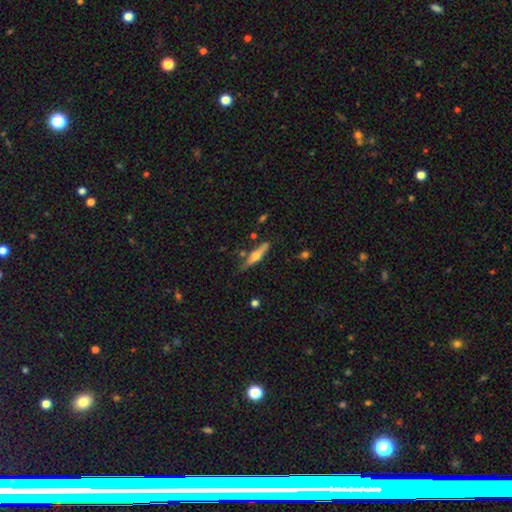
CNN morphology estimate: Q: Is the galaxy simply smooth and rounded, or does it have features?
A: featured or disk — 60%.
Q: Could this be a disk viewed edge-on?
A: yes — 95%.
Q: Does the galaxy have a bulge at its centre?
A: rounded — 90%.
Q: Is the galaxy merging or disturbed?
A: none — 75%.